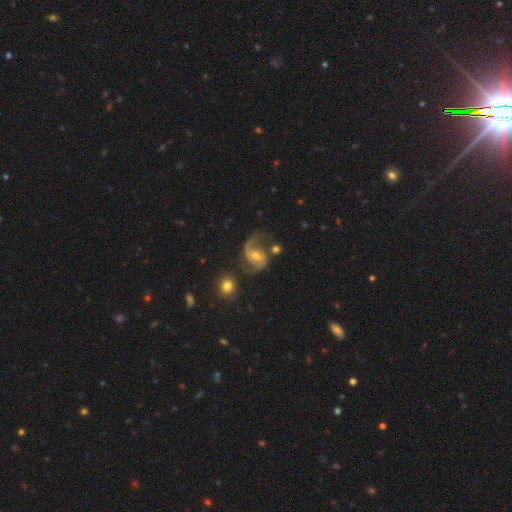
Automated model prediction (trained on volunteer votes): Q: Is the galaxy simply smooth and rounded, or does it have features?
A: featured or disk — 82%.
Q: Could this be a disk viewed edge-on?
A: no — 98%.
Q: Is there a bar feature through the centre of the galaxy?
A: weak — 49%.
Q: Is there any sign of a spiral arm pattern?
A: yes — 94%.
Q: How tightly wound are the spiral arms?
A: medium — 45%.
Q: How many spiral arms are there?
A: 2 — 72%.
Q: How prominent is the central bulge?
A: moderate — 51%.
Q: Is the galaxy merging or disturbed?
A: none — 47%.